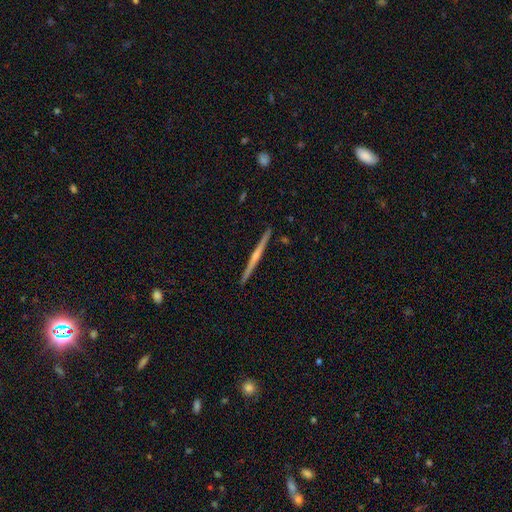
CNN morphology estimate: Smooth or featured: featured or disk — 74% (smooth — 20%)
Edge-on disk: yes — 99% (no — 1%)
Edge-on bulge: rounded — 58% (none — 35%)
Merging: none — 93% (minor disturbance — 5%)